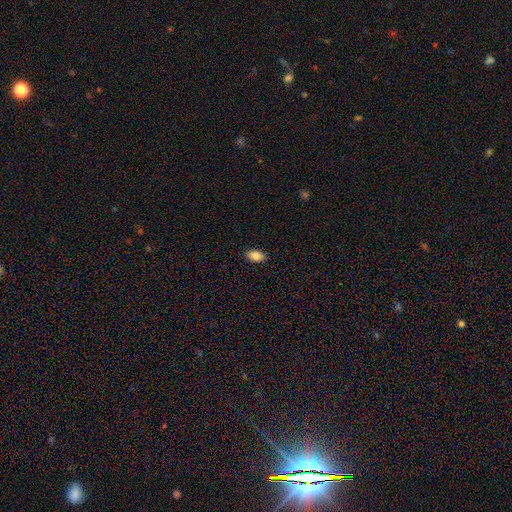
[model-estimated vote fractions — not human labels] smooth-or-featured: smooth: 84% | star or artifact: 8% | featured or disk: 8%
  how-rounded: in between: 90% | round: 8% | cigar-shaped: 2%
  merging: none: 89% | minor disturbance: 8% | major disturbance: 2% | merger: 1%